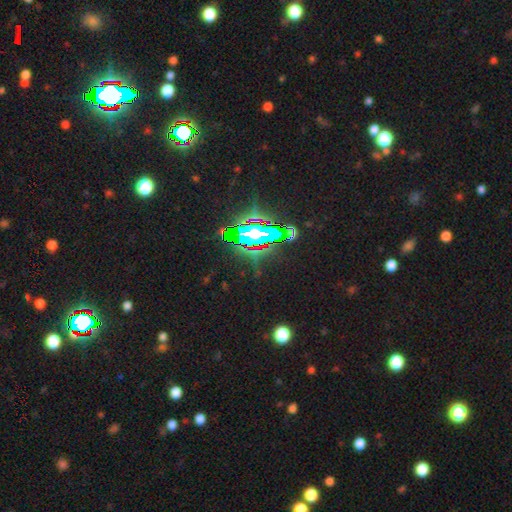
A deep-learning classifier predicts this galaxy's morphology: smooth_or_featured: star or artifact (p=0.74) [alt: featured or disk p=0.13]